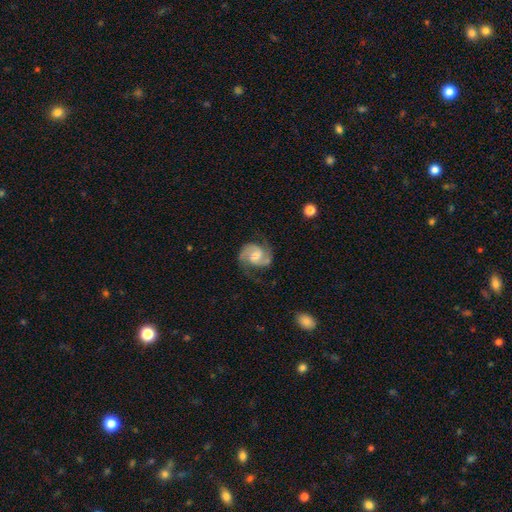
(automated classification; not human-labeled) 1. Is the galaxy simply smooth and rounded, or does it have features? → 88% featured or disk, 7% smooth, 5% star or artifact.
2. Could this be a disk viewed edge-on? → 98% no, 2% yes.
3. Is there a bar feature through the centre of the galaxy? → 45% weak, 44% no, 11% strong.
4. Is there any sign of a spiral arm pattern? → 98% yes, 2% no.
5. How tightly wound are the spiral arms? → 58% medium, 26% tight, 16% loose.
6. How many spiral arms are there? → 92% 2, 3% can't tell, 2% 3, 1% 1, 1% 4, 1% more than 4.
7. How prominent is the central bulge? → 54% moderate, 35% small, 5% none, 5% large, 1% dominant.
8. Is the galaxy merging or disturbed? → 76% none, 16% minor disturbance, 6% major disturbance, 1% merger.